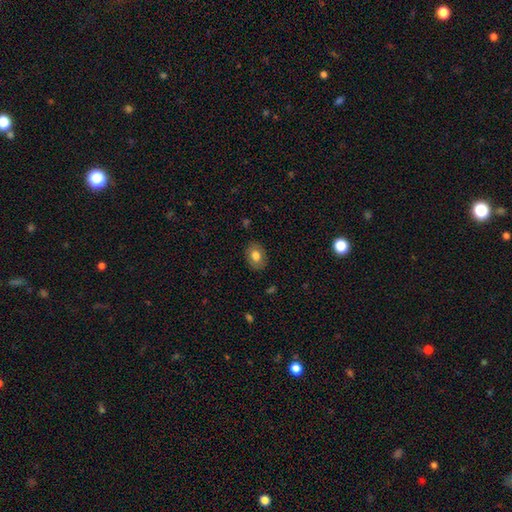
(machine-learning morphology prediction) The model was most divided on "how rounded": in between: 69%, round: 30%, cigar-shaped: 1%. More confident: merging — none (86%); smooth or featured — smooth (78%).